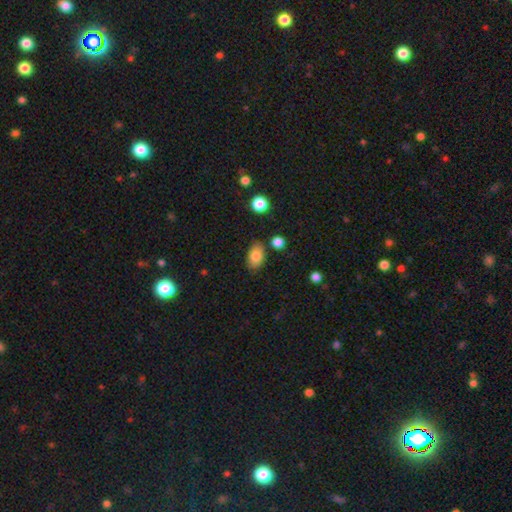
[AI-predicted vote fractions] Smooth or featured? smooth (83%)
How rounded? in between (87%)
Merging? none (80%)